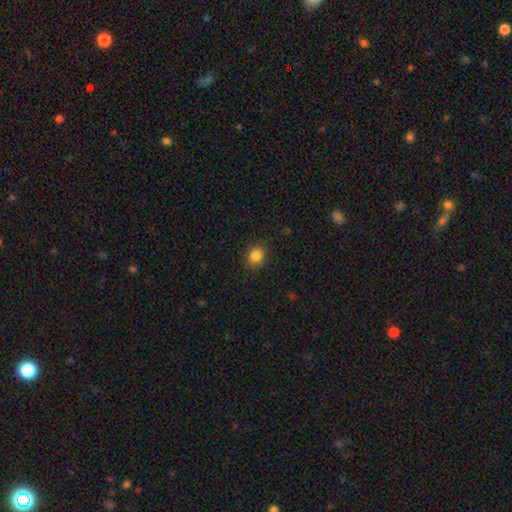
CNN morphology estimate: The model was most divided on "how rounded": round: 67%, in between: 32%, cigar-shaped: 1%. More confident: merging — none (87%); smooth or featured — smooth (86%).